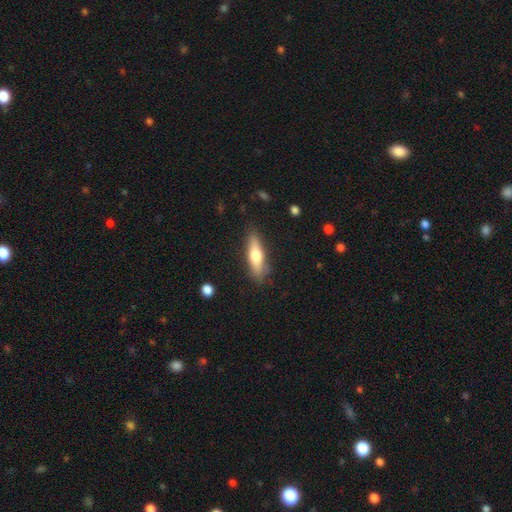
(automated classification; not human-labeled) This appears to be a smooth galaxy with no disk features (61%) that is cigar-shaped (61%). Merging: none (82%).